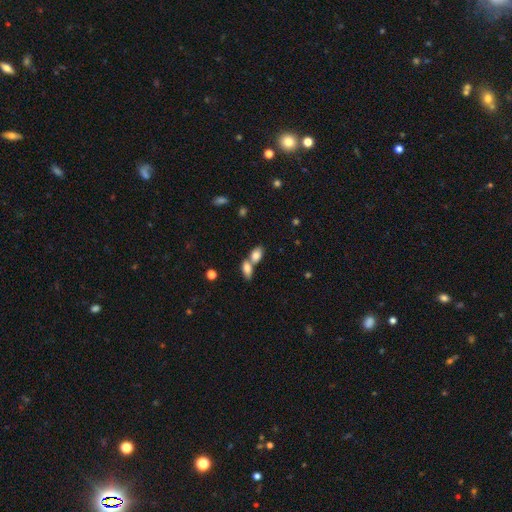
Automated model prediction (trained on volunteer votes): Smooth or featured? smooth (82%)
How rounded? in between (87%)
Merging? merger (59%)